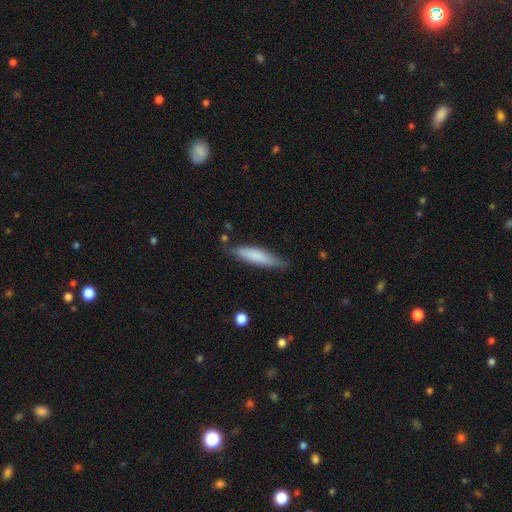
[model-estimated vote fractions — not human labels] smooth-or-featured: smooth: 75% | featured or disk: 19% | star or artifact: 6%
  how-rounded: cigar-shaped: 79% | in between: 20% | round: 1%
  merging: none: 78% | minor disturbance: 16% | major disturbance: 3% | merger: 2%